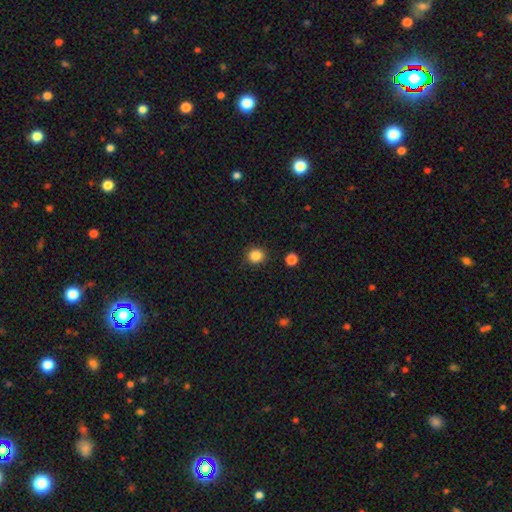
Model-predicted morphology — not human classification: Smooth or featured?
  - smooth: 85% *
  - star or artifact: 11%
  - featured or disk: 4%
How rounded?
  - round: 86% *
  - in between: 13%
  - cigar-shaped: 1%
Merging?
  - none: 90% *
  - minor disturbance: 7%
  - major disturbance: 2%
  - merger: 2%